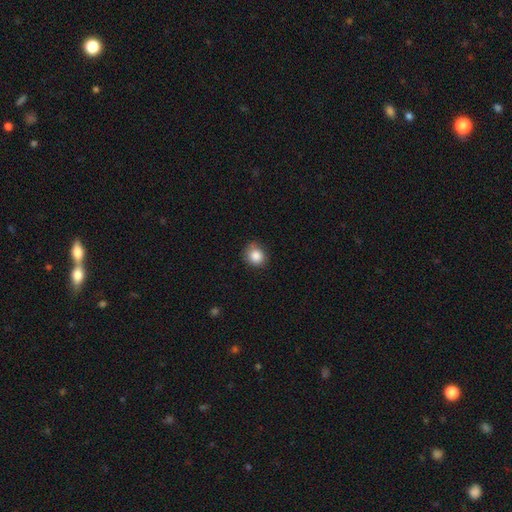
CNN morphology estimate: Overall: smooth (86%). How rounded: round (79%). Merging: none (74%).